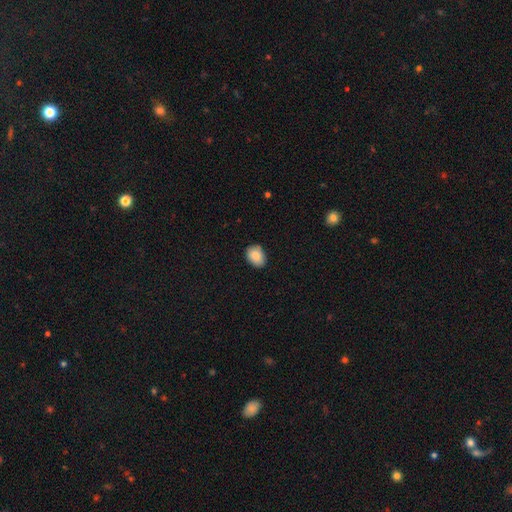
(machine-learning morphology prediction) smooth_or_featured: smooth (p=0.86) [alt: star or artifact p=0.07]
how_rounded: in between (p=0.69) [alt: round p=0.30]
merging: none (p=0.85) [alt: minor disturbance p=0.12]